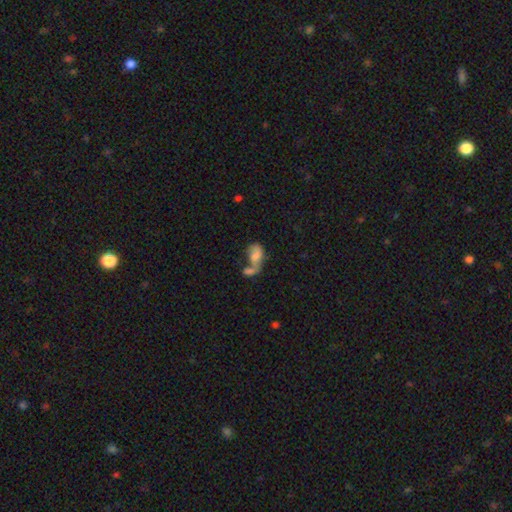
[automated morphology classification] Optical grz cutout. It shows a smooth galaxy with no disk features (66%) that is in between round and cigar-shaped (87%). Merging: merger (60%).